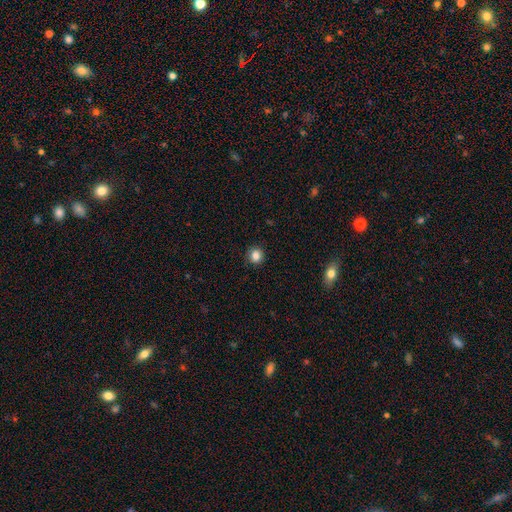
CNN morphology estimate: Smooth or featured? Predicted: smooth (p=0.84). How rounded? Predicted: round (p=0.91). Merging? Predicted: none (p=0.90).